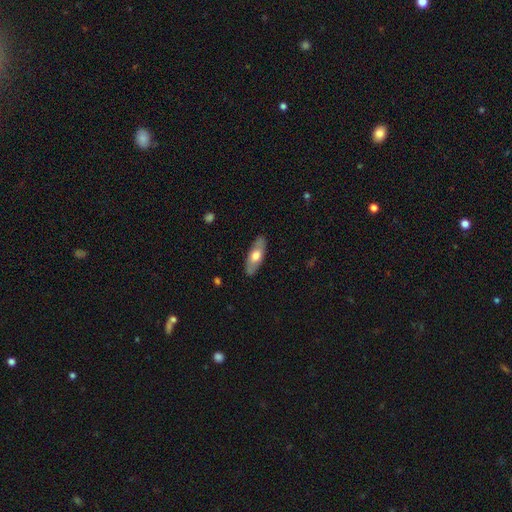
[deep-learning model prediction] Morphology: type=smooth (55%); roundness=in between (72%); merging=none (86%).